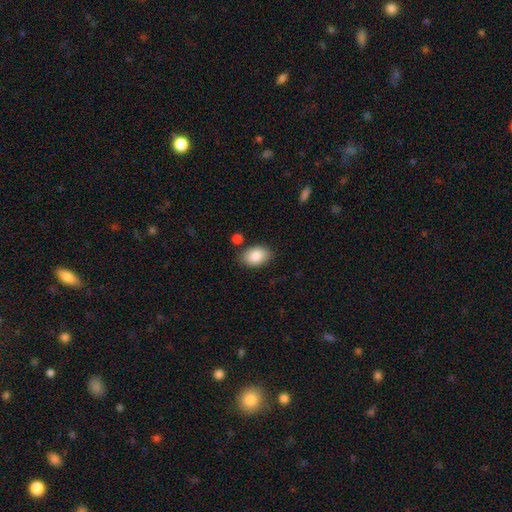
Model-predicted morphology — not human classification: smooth-or-featured: smooth: 87% | star or artifact: 7% | featured or disk: 6%
  how-rounded: in between: 87% | round: 12% | cigar-shaped: 1%
  merging: none: 81% | minor disturbance: 12% | merger: 4% | major disturbance: 3%